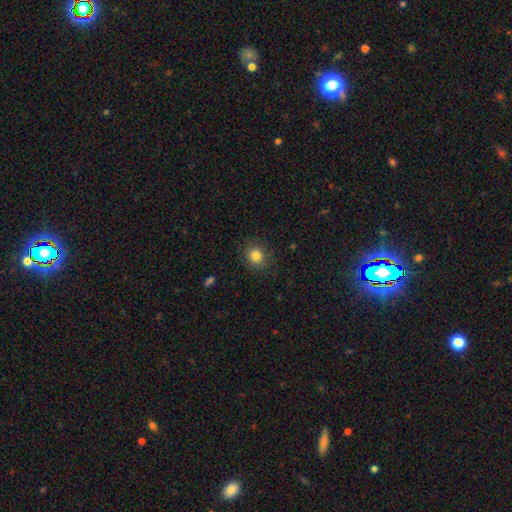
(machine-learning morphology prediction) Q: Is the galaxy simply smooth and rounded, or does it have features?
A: smooth — 83%.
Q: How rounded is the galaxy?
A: round — 74%.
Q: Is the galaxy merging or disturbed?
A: none — 84%.